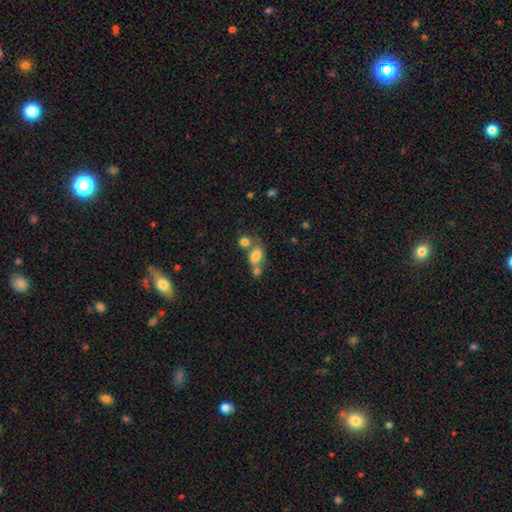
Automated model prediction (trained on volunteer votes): The model was most divided on "merging": merger: 44%, none: 35%, minor disturbance: 13%, major disturbance: 7%. More confident: smooth or featured — smooth (72%); how rounded — in between (70%).